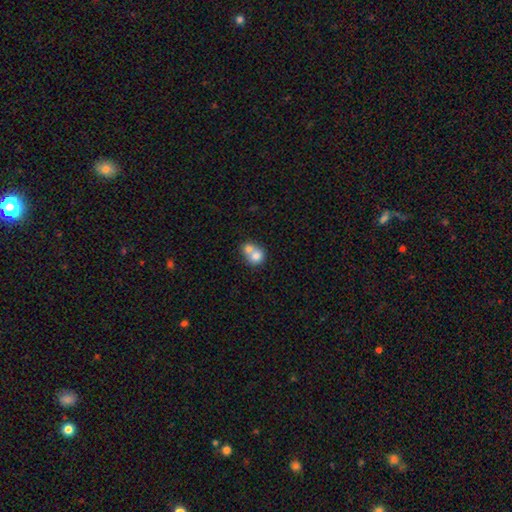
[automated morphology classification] smooth_or_featured: smooth (p=0.74) [alt: featured or disk p=0.17]
how_rounded: round (p=0.73) [alt: in between p=0.27]
merging: merger (p=0.70) [alt: none p=0.23]